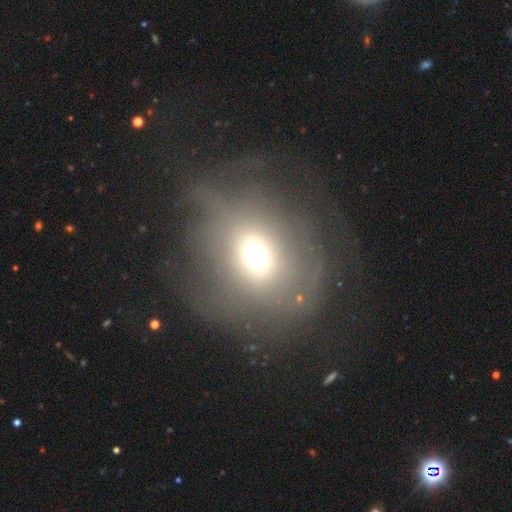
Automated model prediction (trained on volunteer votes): Smooth or featured? smooth (60%)
How rounded? round (61%)
Merging? none (59%)